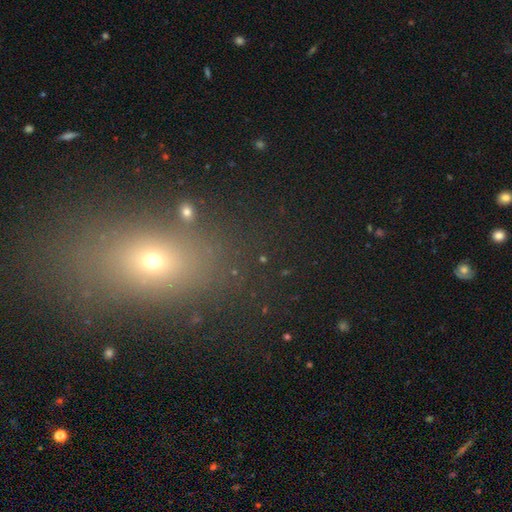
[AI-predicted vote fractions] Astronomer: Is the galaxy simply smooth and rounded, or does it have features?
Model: smooth — 52% (runner-up: star or artifact, 34%).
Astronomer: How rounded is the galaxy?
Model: in between — 60% (runner-up: round, 35%).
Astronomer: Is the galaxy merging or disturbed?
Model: none — 80%.